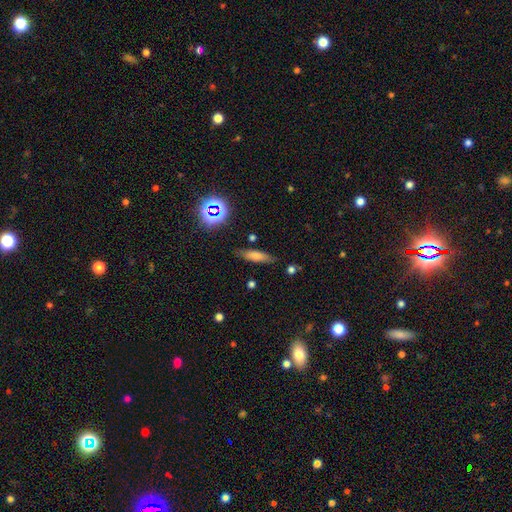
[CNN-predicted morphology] type=smooth (68%); roundness=cigar-shaped (57%); merging=none (81%).